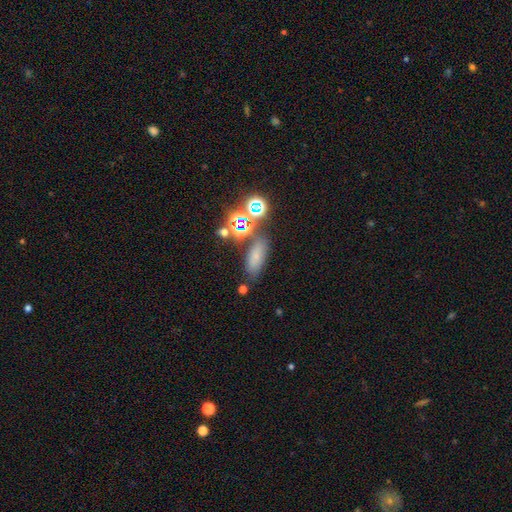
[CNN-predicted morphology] smooth-or-featured: smooth: 60% | star or artifact: 28% | featured or disk: 12%
  how-rounded: in between: 68% | cigar-shaped: 21% | round: 12%
  merging: none: 70% | minor disturbance: 13% | merger: 11% | major disturbance: 6%